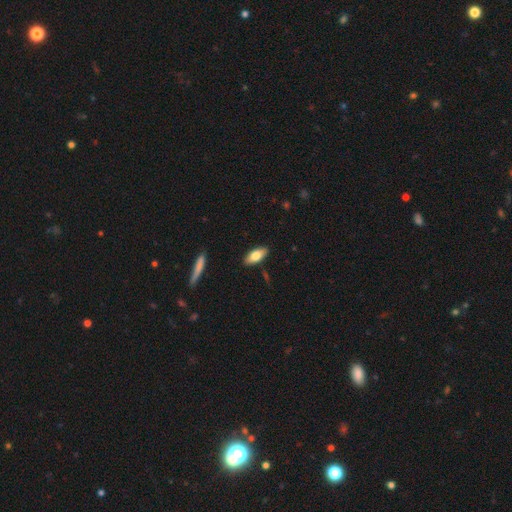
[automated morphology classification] smooth_or_featured: smooth (p=0.76) [alt: featured or disk p=0.18]
how_rounded: in between (p=0.84) [alt: cigar-shaped p=0.14]
merging: none (p=0.88) [alt: minor disturbance p=0.09]